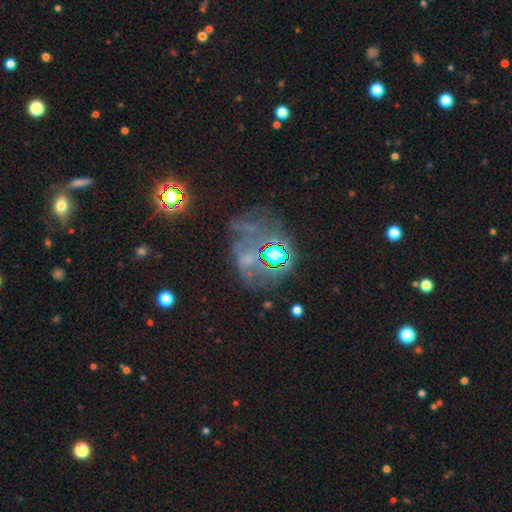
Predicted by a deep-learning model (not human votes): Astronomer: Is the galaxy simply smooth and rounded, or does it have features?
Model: star or artifact — 50% (runner-up: featured or disk, 28%).